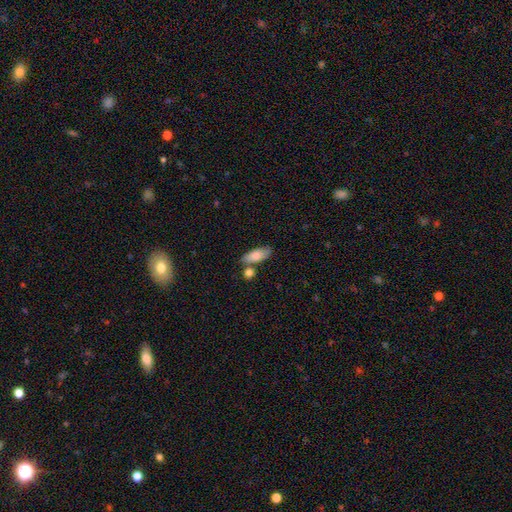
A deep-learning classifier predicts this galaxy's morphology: The model was most divided on "merging": none: 65%, merger: 17%, minor disturbance: 14%, major disturbance: 4%. More confident: smooth or featured — smooth (79%); how rounded — in between (78%).